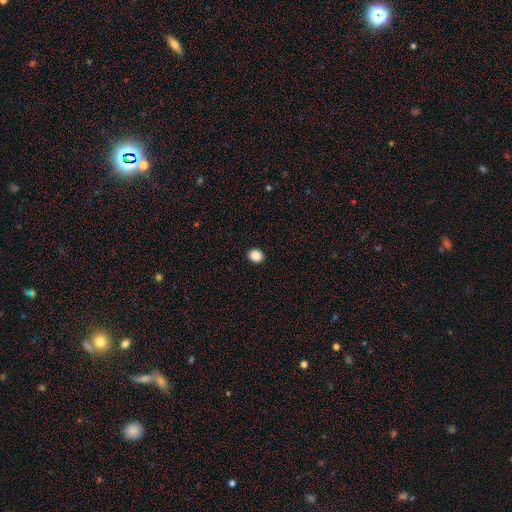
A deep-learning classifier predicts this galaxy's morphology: smooth-or-featured: smooth: 89% | star or artifact: 9% | featured or disk: 2%
  how-rounded: round: 64% | in between: 35% | cigar-shaped: 1%
  merging: none: 93% | minor disturbance: 5% | major disturbance: 2% | merger: 1%